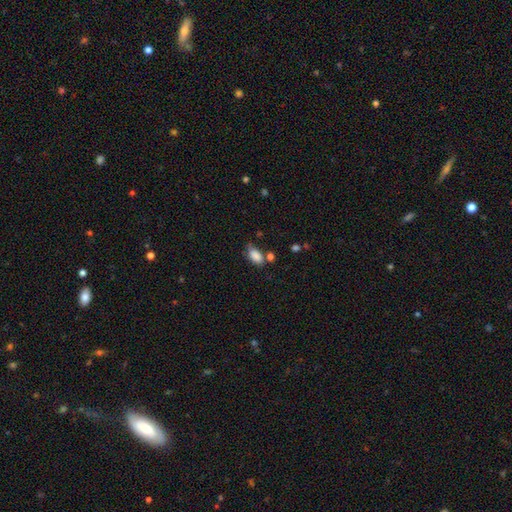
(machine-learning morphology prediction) The model was most divided on "merging": none: 51%, minor disturbance: 26%, merger: 14%, major disturbance: 9%. More confident: how rounded — in between (90%); smooth or featured — smooth (85%).